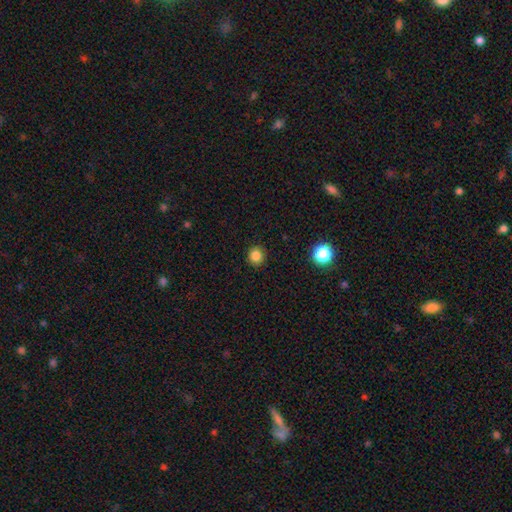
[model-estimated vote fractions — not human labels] Smooth or featured: smooth — 83% (star or artifact — 12%)
How rounded: round — 87% (in between — 12%)
Merging: none — 91% (minor disturbance — 6%)